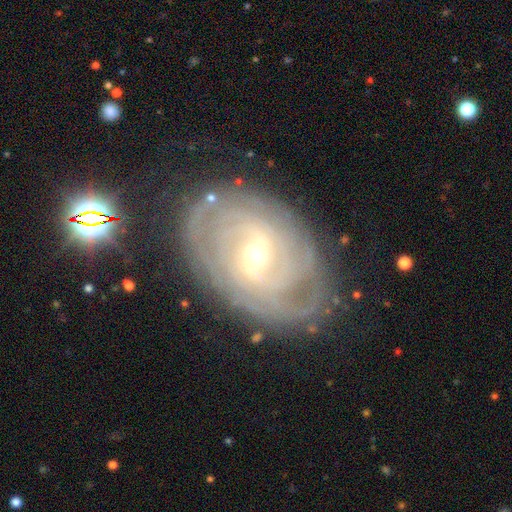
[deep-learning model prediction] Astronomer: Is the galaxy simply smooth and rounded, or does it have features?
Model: featured or disk — 83%.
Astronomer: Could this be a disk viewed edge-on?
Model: no — 96%.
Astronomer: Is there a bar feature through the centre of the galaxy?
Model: weak — 52% (runner-up: no, 30%).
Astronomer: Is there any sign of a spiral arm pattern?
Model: yes — 93%.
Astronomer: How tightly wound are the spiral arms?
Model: tight — 72%.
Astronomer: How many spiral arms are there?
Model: can't tell — 39% (runner-up: 2, 21%).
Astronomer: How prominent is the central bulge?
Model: small — 61% (runner-up: moderate, 36%).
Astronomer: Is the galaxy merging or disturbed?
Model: none — 78%.